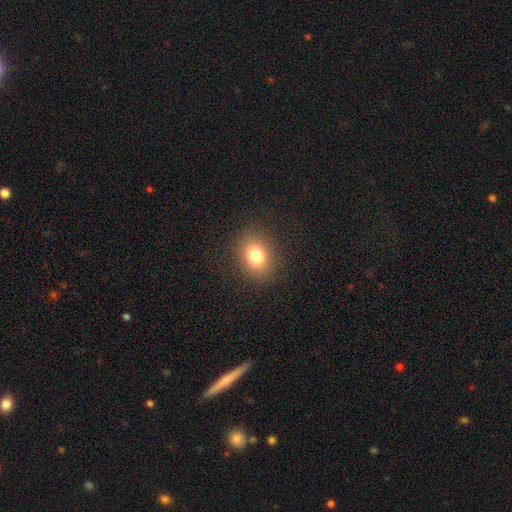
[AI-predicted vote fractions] smooth_or_featured: smooth (p=0.80) [alt: star or artifact p=0.11]
how_rounded: in between (p=0.50) [alt: round p=0.49]
merging: none (p=0.87) [alt: minor disturbance p=0.09]